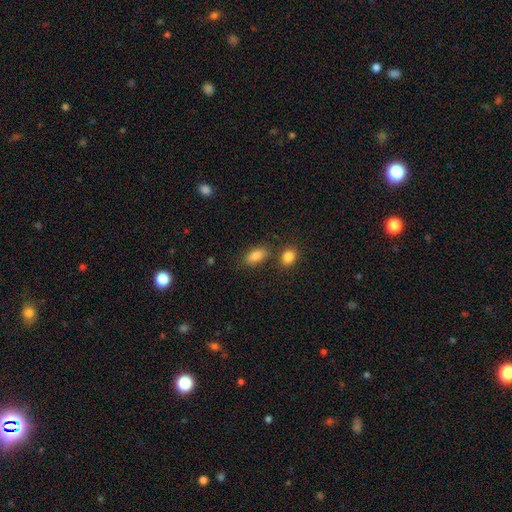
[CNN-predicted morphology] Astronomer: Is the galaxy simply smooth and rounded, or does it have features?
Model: smooth — 85%.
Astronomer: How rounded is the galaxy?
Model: in between — 89%.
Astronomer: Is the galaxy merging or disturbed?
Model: none — 73%.